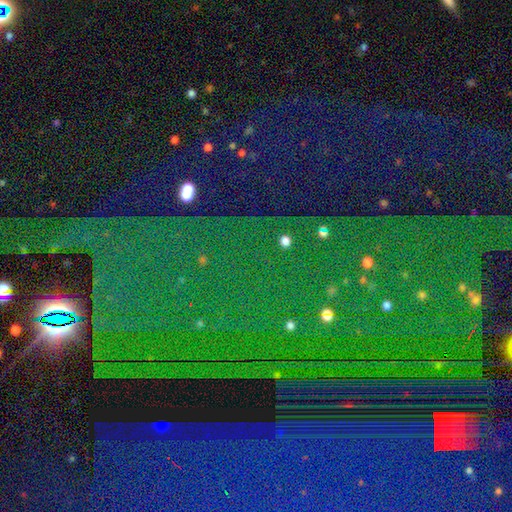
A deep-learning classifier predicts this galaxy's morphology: smooth-or-featured: star or artifact: 86% | smooth: 7% | featured or disk: 7%